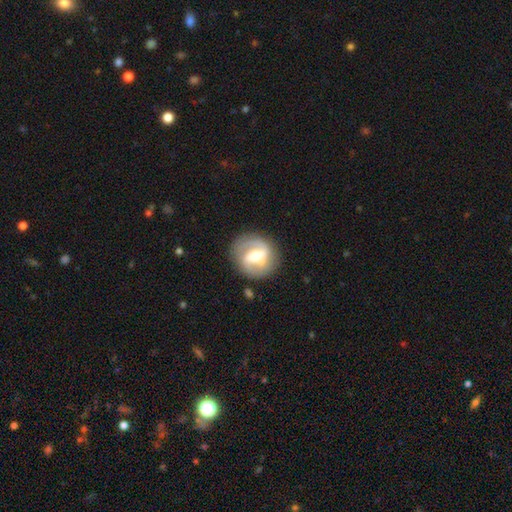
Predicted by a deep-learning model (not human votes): smooth_or_featured: featured or disk (p=0.74) [alt: smooth p=0.21]
disk_edge_on: no (p=0.96) [alt: yes p=0.04]
bar: strong (p=0.51) [alt: weak p=0.36]
has_spiral_arms: yes (p=0.79) [alt: no p=0.21]
spiral_winding: medium (p=0.42) [alt: tight p=0.36]
spiral_arm_count: 2 (p=0.79) [alt: can't tell p=0.10]
bulge_size: moderate (p=0.63) [alt: small p=0.24]
merging: none (p=0.81) [alt: minor disturbance p=0.12]